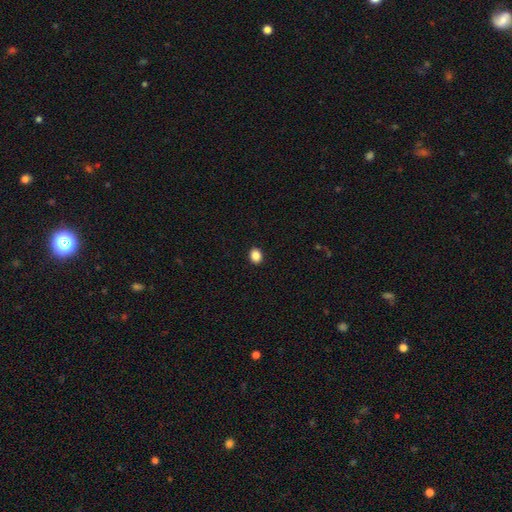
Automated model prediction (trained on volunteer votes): Smooth or featured? Predicted: smooth (p=0.88). How rounded? Predicted: round (p=0.56). Merging? Predicted: none (p=0.92).